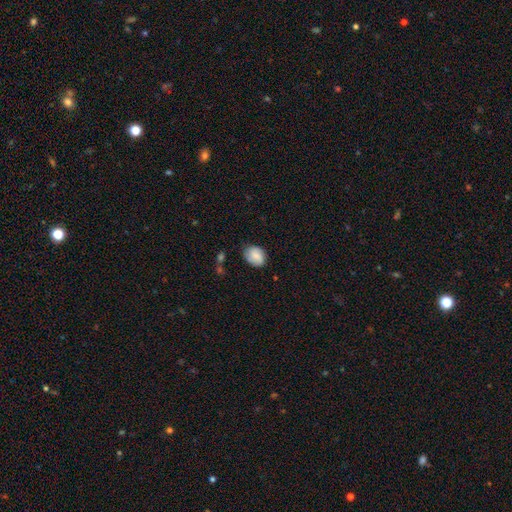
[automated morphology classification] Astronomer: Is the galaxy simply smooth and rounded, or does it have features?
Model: smooth — 73%.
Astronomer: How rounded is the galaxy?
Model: in between — 63%.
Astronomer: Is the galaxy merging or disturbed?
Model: none — 69%.